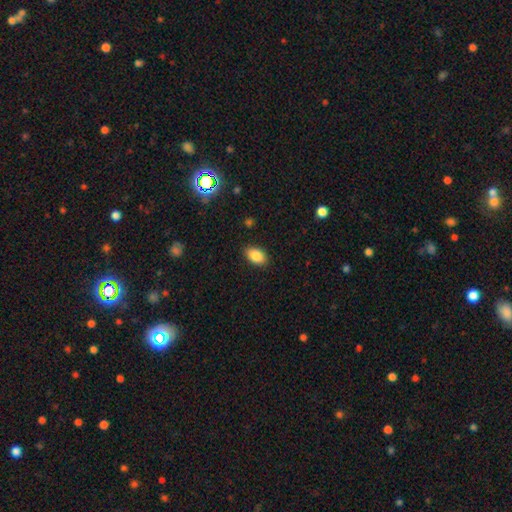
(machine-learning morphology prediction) Smooth or featured? Predicted: smooth (p=0.87). How rounded? Predicted: in between (p=0.90). Merging? Predicted: none (p=0.87).